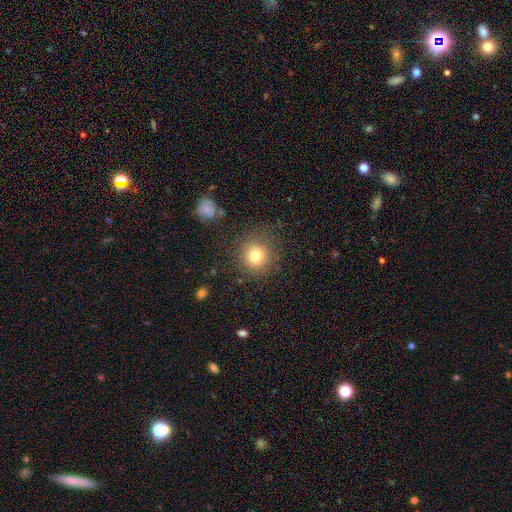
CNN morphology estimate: The model was most divided on "smooth or featured": smooth: 78%, star or artifact: 13%, featured or disk: 9%. More confident: how rounded — round (90%); merging — none (84%).